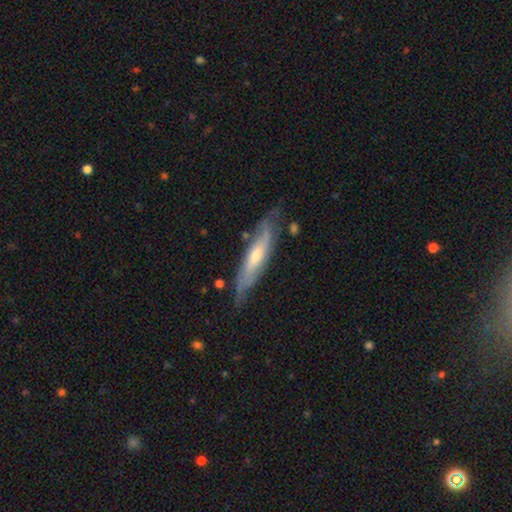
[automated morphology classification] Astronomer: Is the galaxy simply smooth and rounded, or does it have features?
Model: featured or disk — 63%.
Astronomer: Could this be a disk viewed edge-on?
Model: yes — 51% (runner-up: no, 49%).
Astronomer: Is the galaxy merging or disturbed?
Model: none — 67%.